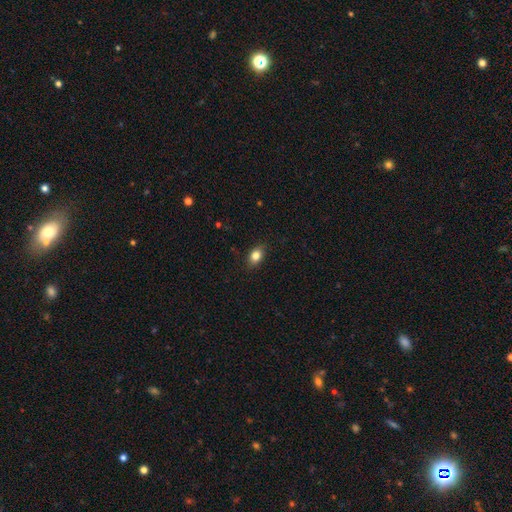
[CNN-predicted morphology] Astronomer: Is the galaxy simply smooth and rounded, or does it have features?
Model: smooth — 82%.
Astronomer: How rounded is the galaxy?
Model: in between — 78%.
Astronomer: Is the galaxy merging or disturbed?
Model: none — 86%.